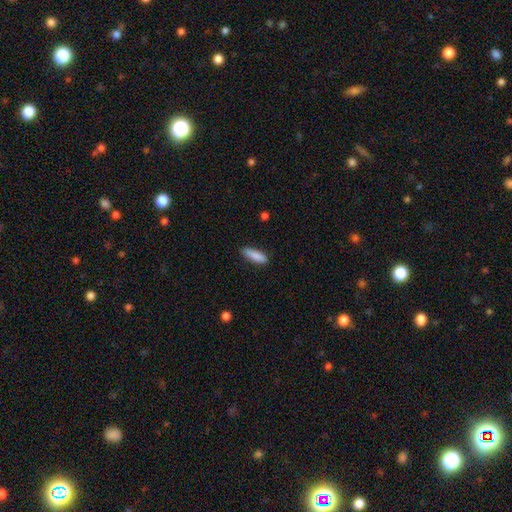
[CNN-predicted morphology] smooth-or-featured: smooth: 88% | star or artifact: 6% | featured or disk: 6%
  how-rounded: cigar-shaped: 53% | in between: 46% | round: 2%
  merging: none: 85% | minor disturbance: 11% | major disturbance: 2% | merger: 1%